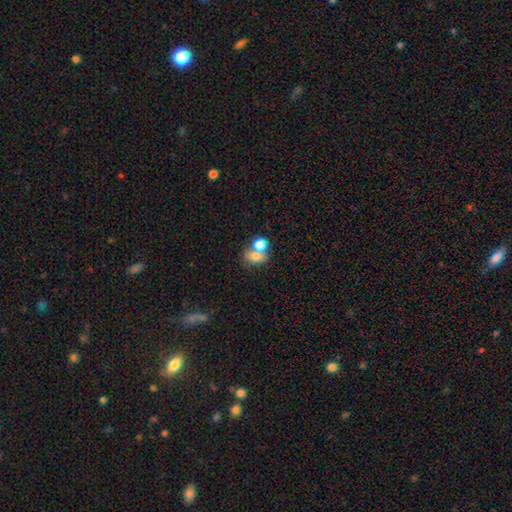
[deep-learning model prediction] A smooth galaxy with no disk features (72%) that is in between round and cigar-shaped (52%).

Vote fractions:
- Smooth or featured? smooth: 72% / featured or disk: 17% / star or artifact: 12%
- How rounded? in between: 52% / round: 47% / cigar-shaped: 1%
- Merging? merger: 54% / none: 32% / minor disturbance: 9% / major disturbance: 5%